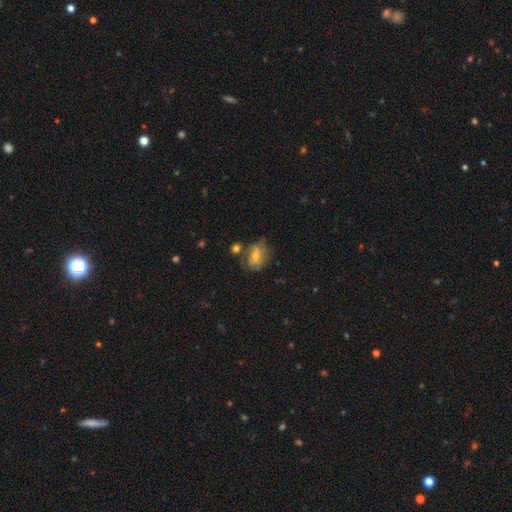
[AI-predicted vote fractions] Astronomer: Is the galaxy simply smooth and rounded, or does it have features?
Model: smooth — 47% (runner-up: featured or disk, 44%).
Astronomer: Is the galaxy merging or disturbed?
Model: none — 50% (runner-up: minor disturbance, 26%).